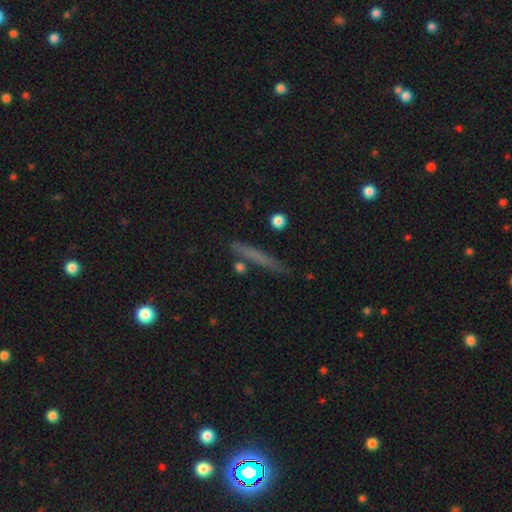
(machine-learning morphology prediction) This is possibly a smooth galaxy (59%). How rounded: clearly cigar-shaped (93%). Merging: clearly none (83%).